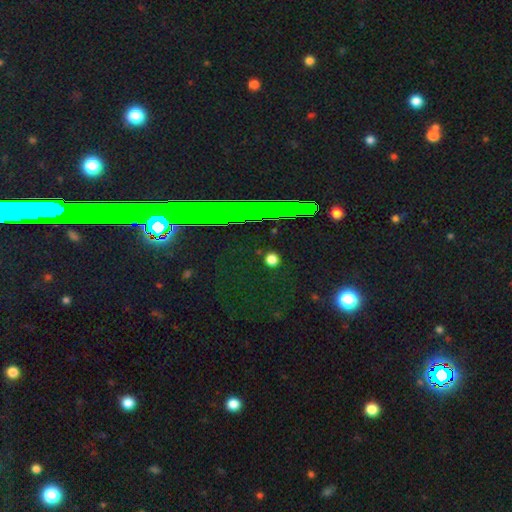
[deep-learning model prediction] This appears to be a star or artifact, not a galaxy (77%).